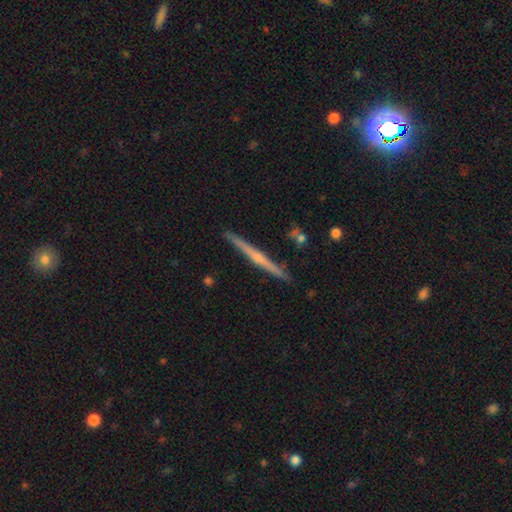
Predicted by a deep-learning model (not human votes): The model was most divided on "edge-on bulge": rounded: 67%, none: 28%, boxy: 5%. More confident: edge-on disk — yes (98%); merging — none (90%); smooth or featured — featured or disk (74%).